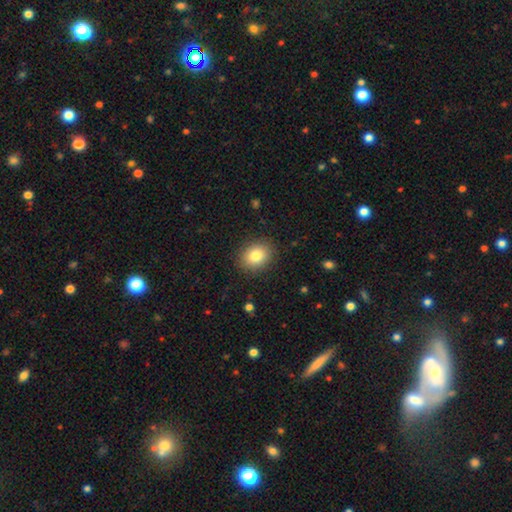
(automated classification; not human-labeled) This appears to be a smooth galaxy with no disk features (82%) that is round (50%). Merging: none (88%).